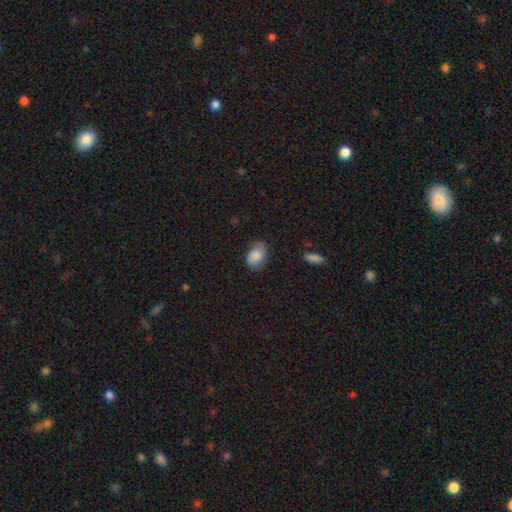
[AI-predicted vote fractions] Smooth or featured: smooth — 72% (featured or disk — 20%)
How rounded: in between — 79% (round — 20%)
Merging: none — 69% (minor disturbance — 23%)